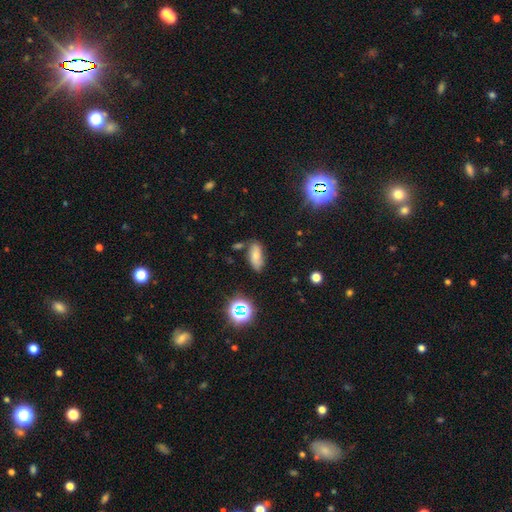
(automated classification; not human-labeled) This is likely a smooth galaxy (66%). How rounded: clearly in between (81%). Merging: likely none (74%).